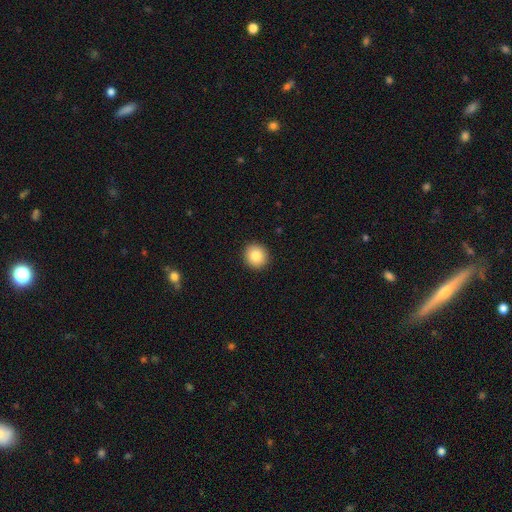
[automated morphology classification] type=smooth (82%); roundness=round (92%); merging=none (93%).